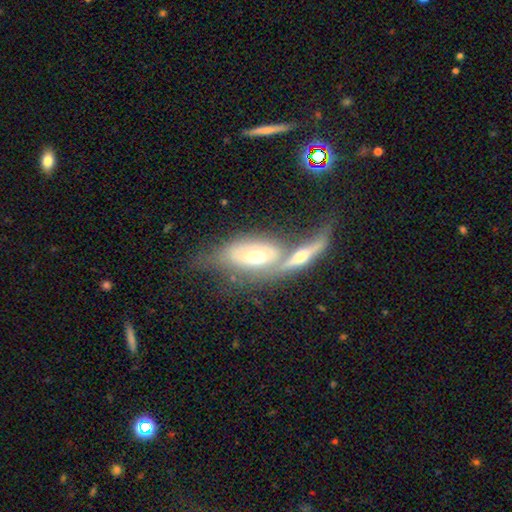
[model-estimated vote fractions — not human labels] Smooth or featured? Predicted: featured or disk (p=0.54). Edge-on disk? Predicted: no (p=0.55). Merging? Predicted: merger (p=0.56).